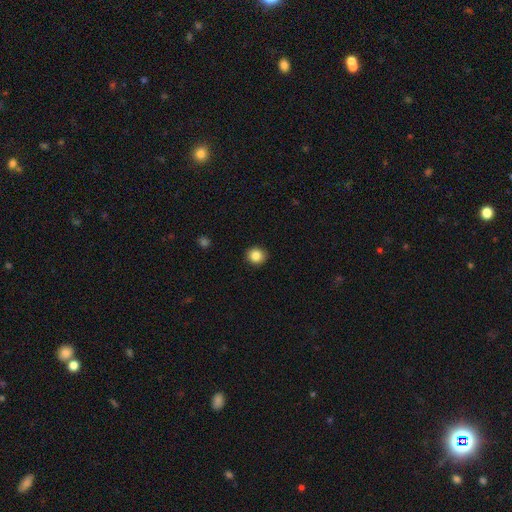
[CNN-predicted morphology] smooth-or-featured: smooth: 85% | star or artifact: 10% | featured or disk: 5%
  how-rounded: round: 89% | in between: 10% | cigar-shaped: 1%
  merging: none: 91% | minor disturbance: 6% | major disturbance: 2% | merger: 1%